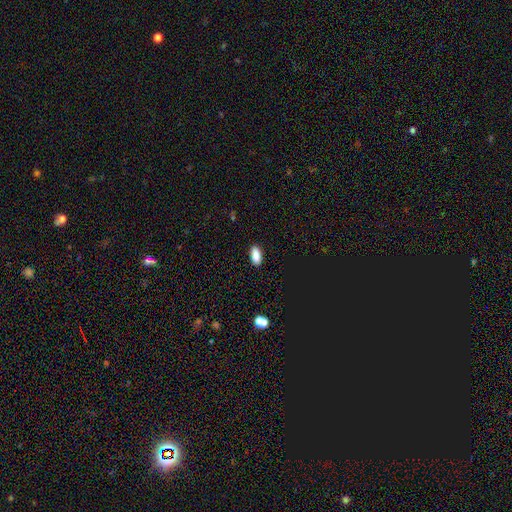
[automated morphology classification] A smooth galaxy with no disk features (86%) that is in between round and cigar-shaped (87%).

Vote fractions:
- Smooth or featured? smooth: 86% / star or artifact: 9% / featured or disk: 6%
- How rounded? in between: 87% / cigar-shaped: 10% / round: 3%
- Merging? none: 89% / minor disturbance: 8% / major disturbance: 2% / merger: 1%